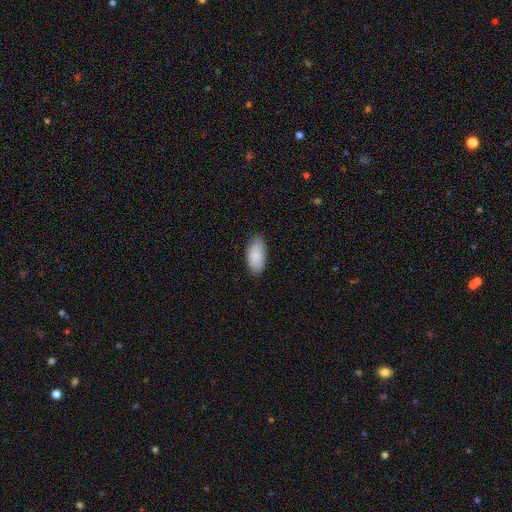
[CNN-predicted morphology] Smooth or featured?
  - smooth: 88% *
  - featured or disk: 7%
  - star or artifact: 6%
How rounded?
  - in between: 93% *
  - cigar-shaped: 5%
  - round: 2%
Merging?
  - none: 80% *
  - minor disturbance: 16%
  - major disturbance: 3%
  - merger: 1%